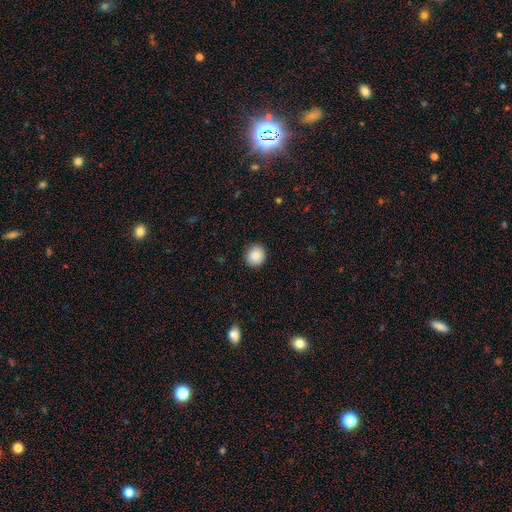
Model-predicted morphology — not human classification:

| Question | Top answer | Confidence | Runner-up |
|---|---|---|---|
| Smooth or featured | smooth | 87% | star or artifact (8%) |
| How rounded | round | 91% | in between (8%) |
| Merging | none | 91% | minor disturbance (6%) |